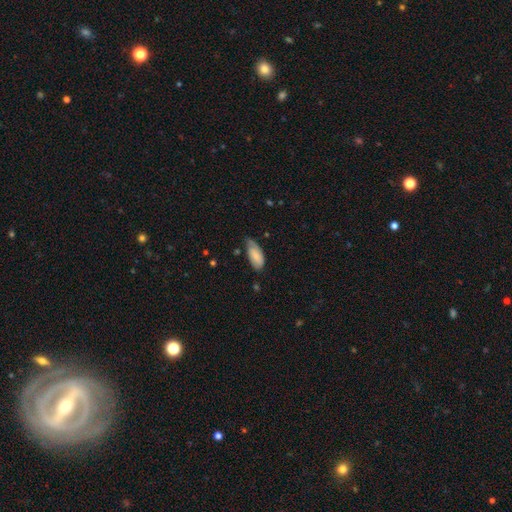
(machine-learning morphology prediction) A smooth galaxy with no disk features (72%) that is in between round and cigar-shaped (90%).

Vote fractions:
- Smooth or featured? smooth: 72% / featured or disk: 21% / star or artifact: 6%
- How rounded? in between: 90% / cigar-shaped: 8% / round: 2%
- Merging? minor disturbance: 43% / none: 41% / major disturbance: 14% / merger: 3%